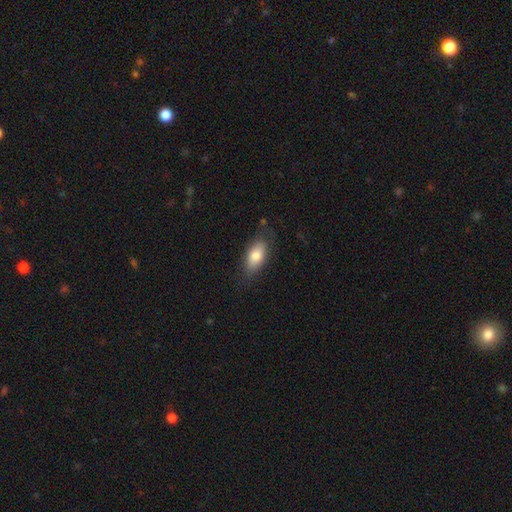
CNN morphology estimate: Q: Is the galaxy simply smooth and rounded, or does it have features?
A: smooth — 78%.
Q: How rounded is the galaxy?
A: in between — 87%.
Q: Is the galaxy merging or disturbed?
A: none — 77%.